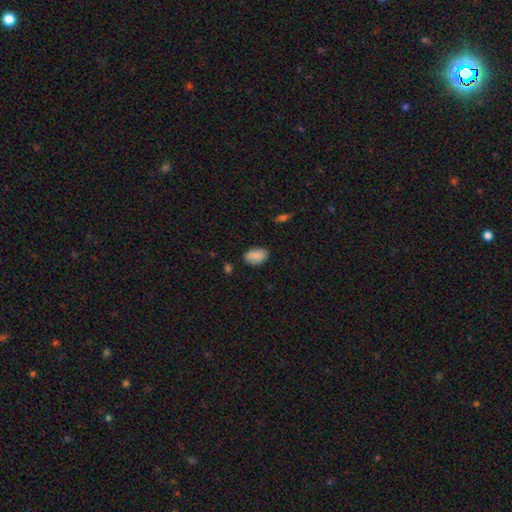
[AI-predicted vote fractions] Smooth or featured? Predicted: smooth (p=0.87). How rounded? Predicted: in between (p=0.91). Merging? Predicted: none (p=0.84).